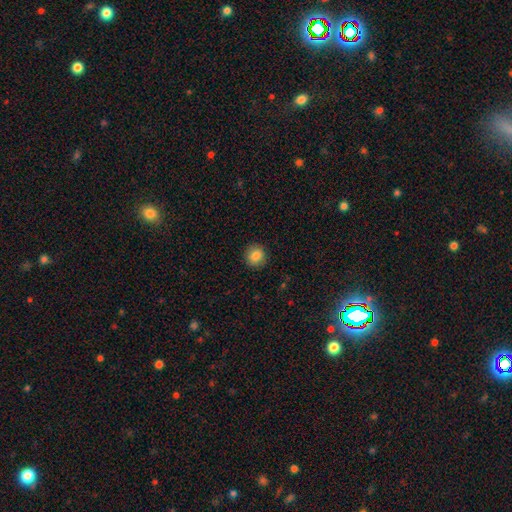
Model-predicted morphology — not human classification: This appears to be a smooth galaxy with no disk features (86%) that is round (90%). Merging: none (91%).